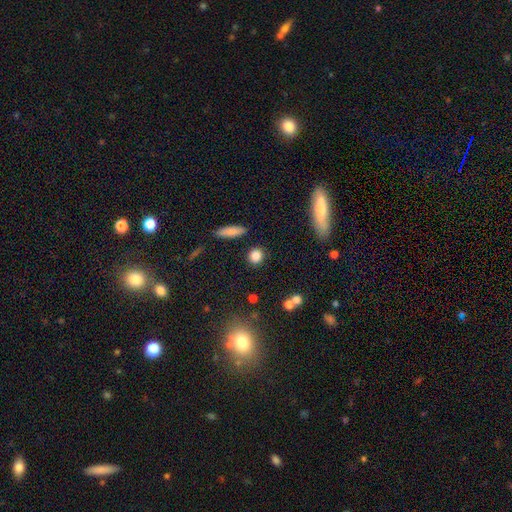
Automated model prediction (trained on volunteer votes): Smooth or featured? Predicted: smooth (p=0.85). How rounded? Predicted: round (p=0.79). Merging? Predicted: none (p=0.86).